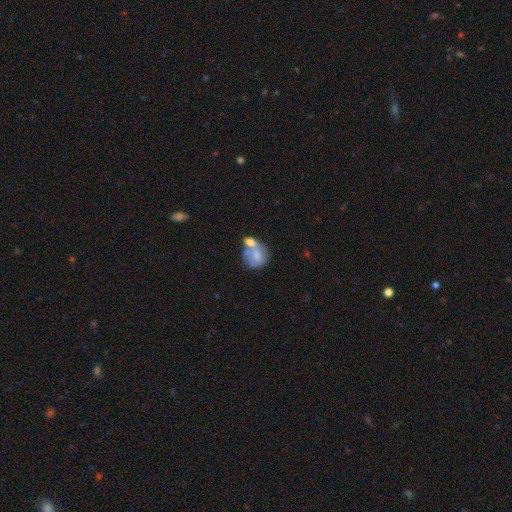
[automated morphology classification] Smooth or featured: smooth — 59% (featured or disk — 32%)
How rounded: round — 63% (in between — 36%)
Merging: merger — 53% (none — 25%)